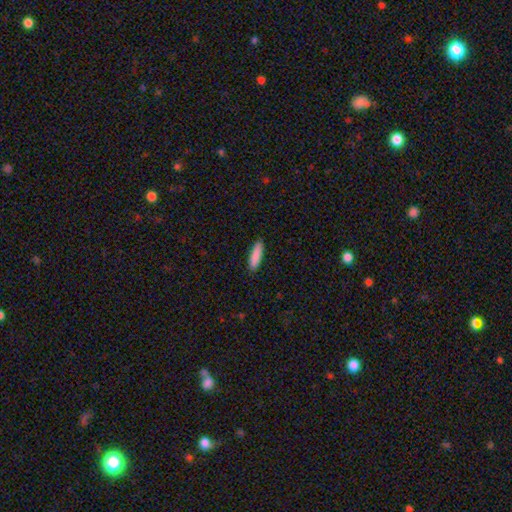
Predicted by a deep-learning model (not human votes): Smooth or featured? smooth (89%)
How rounded? cigar-shaped (71%)
Merging? none (91%)